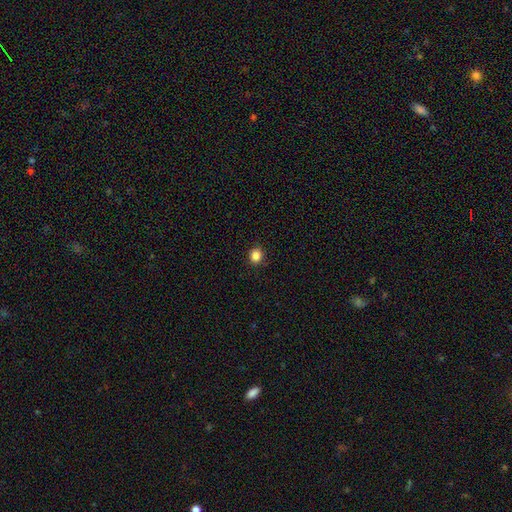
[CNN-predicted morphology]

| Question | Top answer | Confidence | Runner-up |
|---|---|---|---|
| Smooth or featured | smooth | 85% | star or artifact (11%) |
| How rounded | round | 81% | in between (18%) |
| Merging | none | 91% | minor disturbance (6%) |